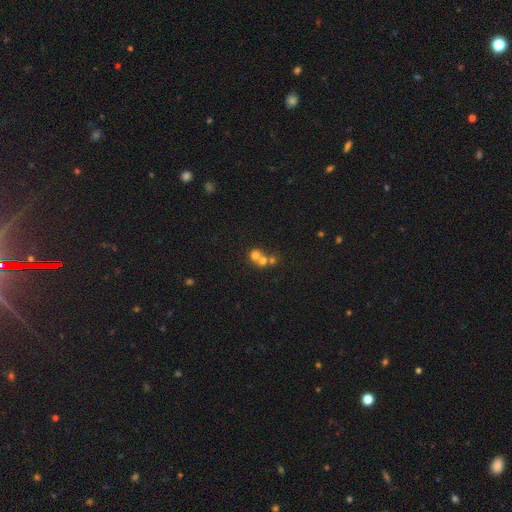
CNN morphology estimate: type=smooth (66%); roundness=round (81%); merging=merger (63%).